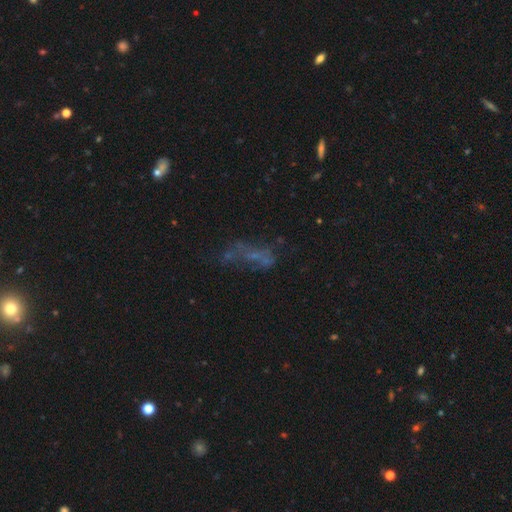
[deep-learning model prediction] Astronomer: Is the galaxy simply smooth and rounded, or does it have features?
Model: featured or disk — 40% (runner-up: smooth, 32%).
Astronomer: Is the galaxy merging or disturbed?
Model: none — 40% (runner-up: major disturbance, 29%).